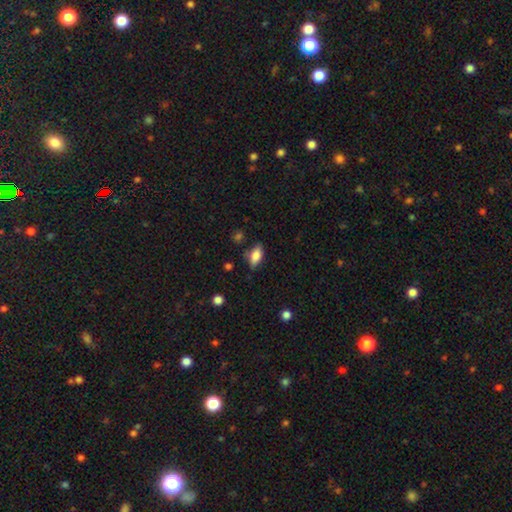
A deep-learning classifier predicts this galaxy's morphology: smooth-or-featured: smooth: 76% | featured or disk: 16% | star or artifact: 8%
  how-rounded: in between: 84% | cigar-shaped: 13% | round: 4%
  merging: none: 75% | minor disturbance: 18% | major disturbance: 4% | merger: 3%